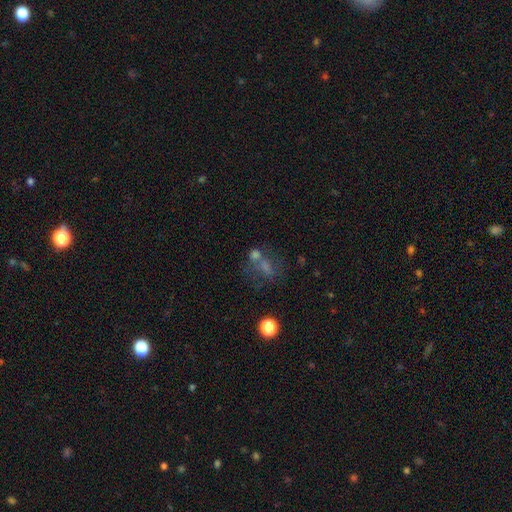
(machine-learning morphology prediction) smooth_or_featured: smooth (p=0.51) [alt: featured or disk p=0.25]
how_rounded: in between (p=0.58) [alt: round p=0.39]
merging: merger (p=0.36) [alt: none p=0.35]